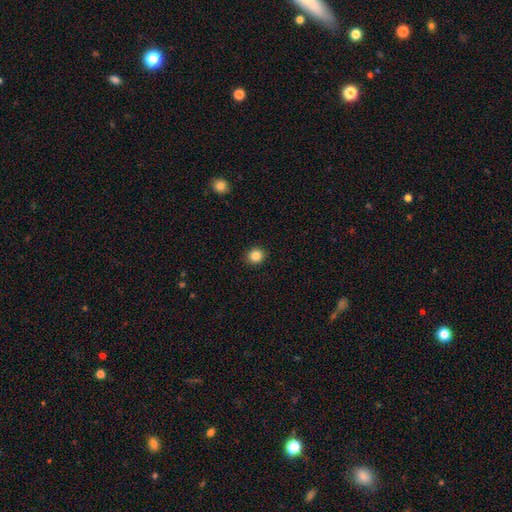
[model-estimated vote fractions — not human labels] Smooth or featured?
  - smooth: 86% *
  - star or artifact: 10%
  - featured or disk: 4%
How rounded?
  - round: 89% *
  - in between: 10%
  - cigar-shaped: 1%
Merging?
  - none: 92% *
  - minor disturbance: 5%
  - major disturbance: 2%
  - merger: 1%